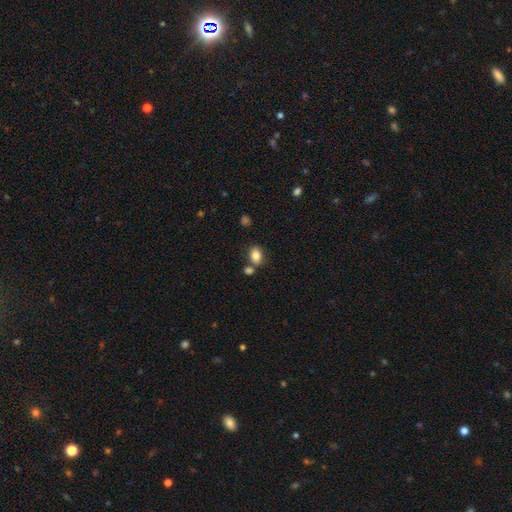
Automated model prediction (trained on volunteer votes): Smooth or featured?
  - smooth: 84% *
  - star or artifact: 9%
  - featured or disk: 7%
How rounded?
  - in between: 74% *
  - round: 24%
  - cigar-shaped: 1%
Merging?
  - none: 68% *
  - merger: 17%
  - minor disturbance: 12%
  - major disturbance: 3%